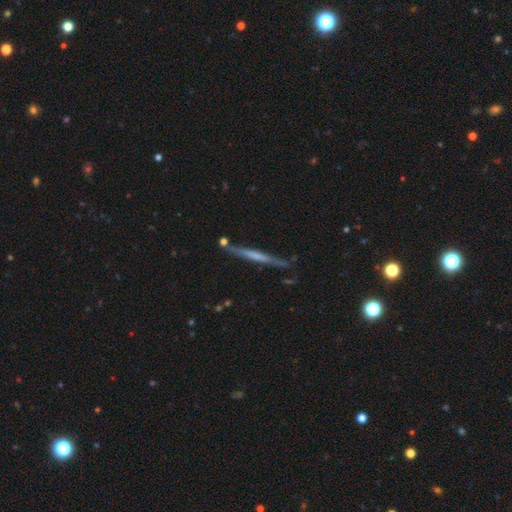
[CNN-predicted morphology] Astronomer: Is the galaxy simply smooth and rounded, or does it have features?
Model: featured or disk — 59% (runner-up: smooth, 35%).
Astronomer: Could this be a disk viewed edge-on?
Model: yes — 96%.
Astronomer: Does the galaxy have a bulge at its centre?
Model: none — 68%.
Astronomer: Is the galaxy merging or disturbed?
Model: none — 79%.